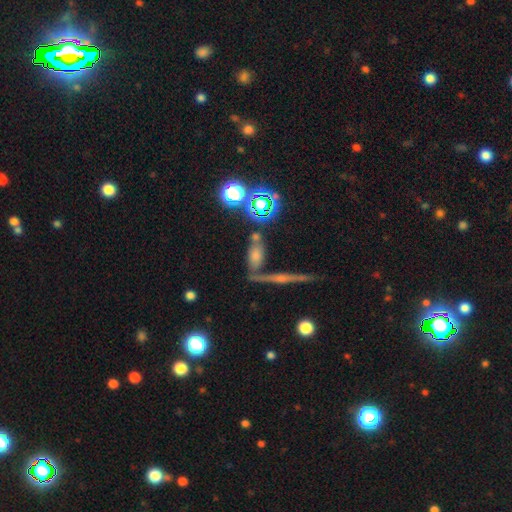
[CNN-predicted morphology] Q: Smooth or featured?
A: smooth (41%); runner-up: featured or disk (37%)
Q: Merging?
A: none (58%); runner-up: merger (21%)